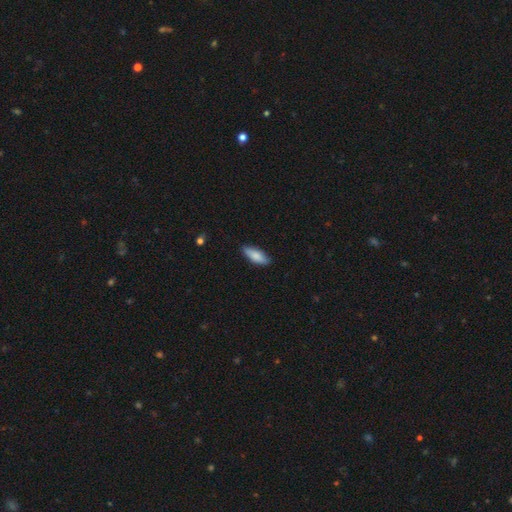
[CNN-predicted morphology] Smooth or featured? Predicted: smooth (p=0.83). How rounded? Predicted: in between (p=0.67). Merging? Predicted: none (p=0.82).